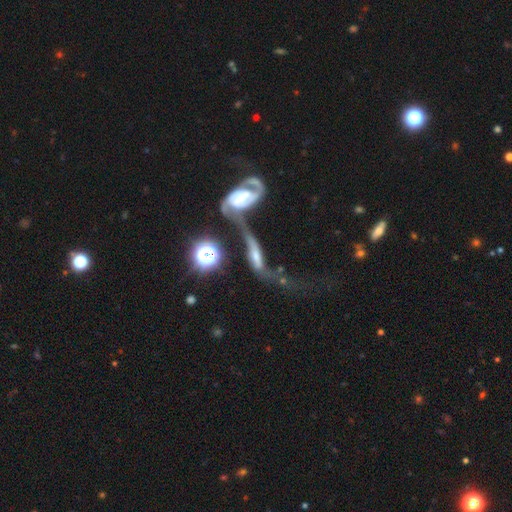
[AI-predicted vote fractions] Q: Smooth or featured?
A: featured or disk (63%); runner-up: smooth (26%)
Q: Edge-on disk?
A: no (75%); runner-up: yes (25%)
Q: Merging?
A: merger (65%); runner-up: major disturbance (16%)